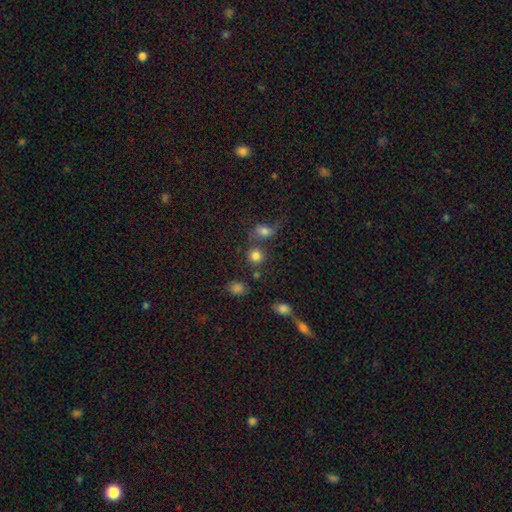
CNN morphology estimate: Overall: smooth (79%). How rounded: round (83%). Merging: none (56%; merger 26%).